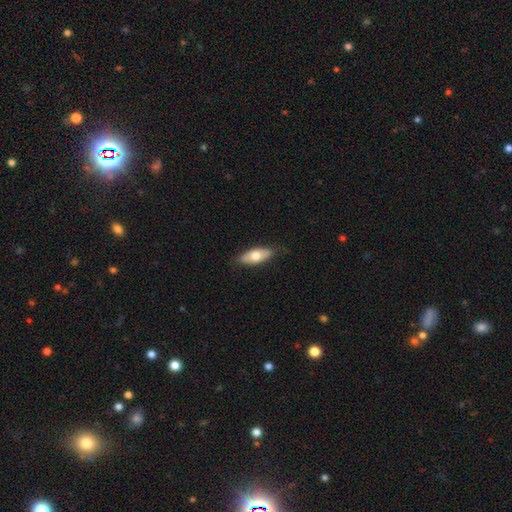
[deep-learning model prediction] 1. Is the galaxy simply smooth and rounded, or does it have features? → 65% smooth, 30% featured or disk, 6% star or artifact.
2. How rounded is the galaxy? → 81% in between, 16% cigar-shaped, 3% round.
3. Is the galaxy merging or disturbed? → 82% none, 14% minor disturbance, 2% major disturbance, 1% merger.